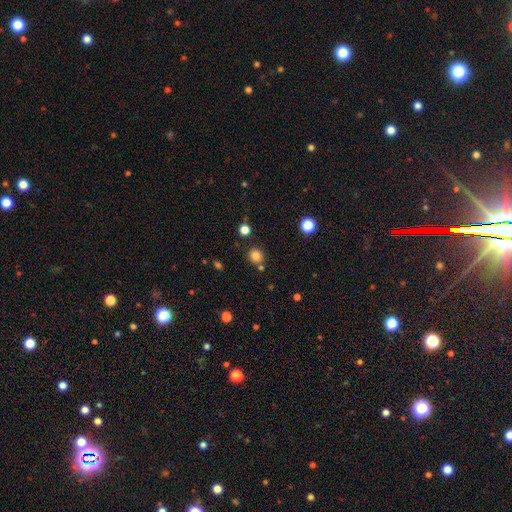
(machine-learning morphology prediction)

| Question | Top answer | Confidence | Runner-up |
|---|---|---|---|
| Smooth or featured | smooth | 81% | star or artifact (14%) |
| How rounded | round | 84% | in between (15%) |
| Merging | none | 79% | minor disturbance (9%) |